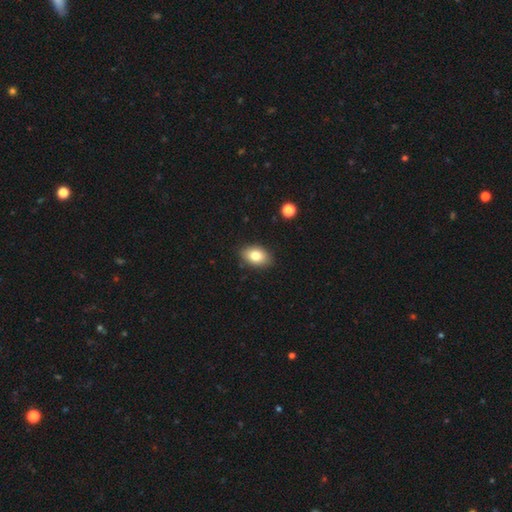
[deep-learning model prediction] Morphology: type=smooth (81%); roundness=in between (85%); merging=none (88%).